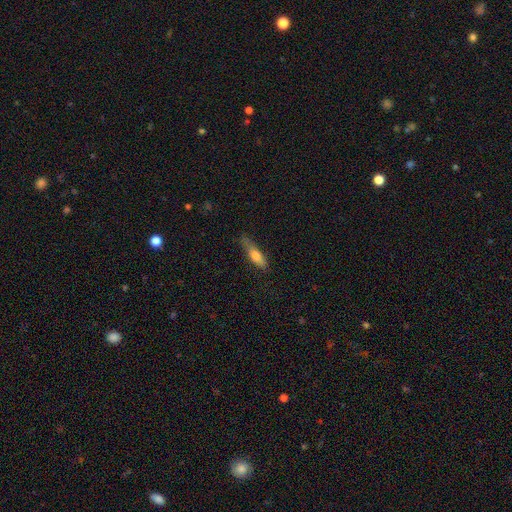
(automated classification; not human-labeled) Overall: smooth (73%). How rounded: cigar-shaped (60%; in between 38%). Merging: none (59%; minor disturbance 30%).